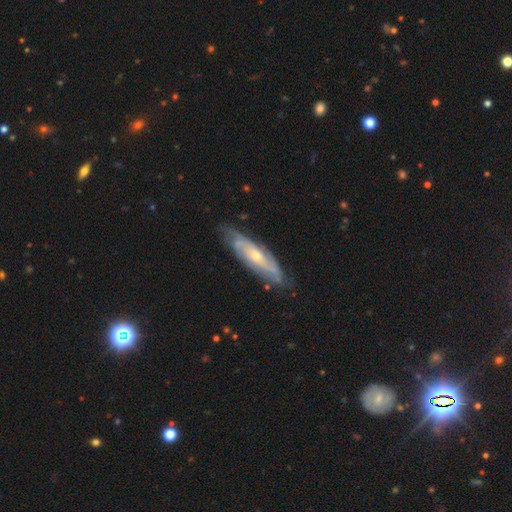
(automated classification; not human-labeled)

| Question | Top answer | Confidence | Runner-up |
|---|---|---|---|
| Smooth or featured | featured or disk | 77% | smooth (18%) |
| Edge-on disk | no | 71% | yes (29%) |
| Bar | no | 67% | weak (26%) |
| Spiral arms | yes | 87% | no (13%) |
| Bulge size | small | 57% | moderate (40%) |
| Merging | none | 76% | minor disturbance (18%) |